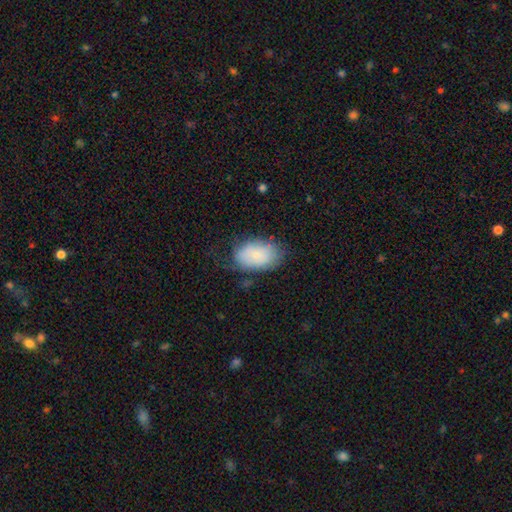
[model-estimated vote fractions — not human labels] Smooth or featured? Predicted: smooth (p=0.80). How rounded? Predicted: in between (p=0.91). Merging? Predicted: none (p=0.64).